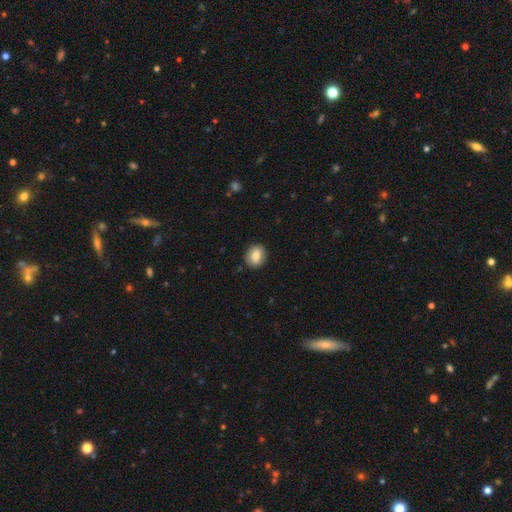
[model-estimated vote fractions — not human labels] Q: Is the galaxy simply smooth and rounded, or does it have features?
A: smooth — 83%.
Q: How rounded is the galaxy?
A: round — 55%.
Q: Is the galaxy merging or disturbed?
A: none — 85%.